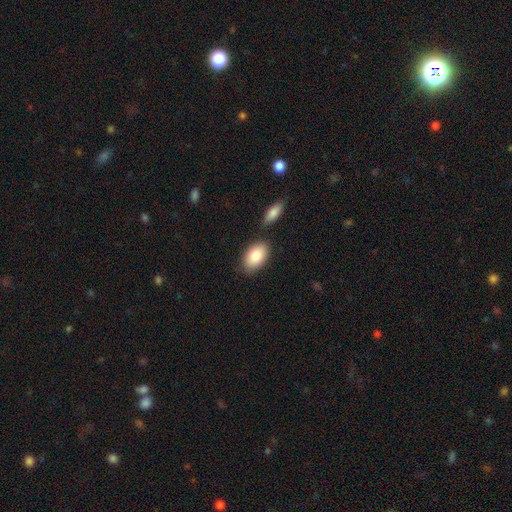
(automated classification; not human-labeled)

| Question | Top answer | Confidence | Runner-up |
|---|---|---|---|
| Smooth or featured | smooth | 85% | featured or disk (9%) |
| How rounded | in between | 92% | round (7%) |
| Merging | none | 73% | minor disturbance (13%) |